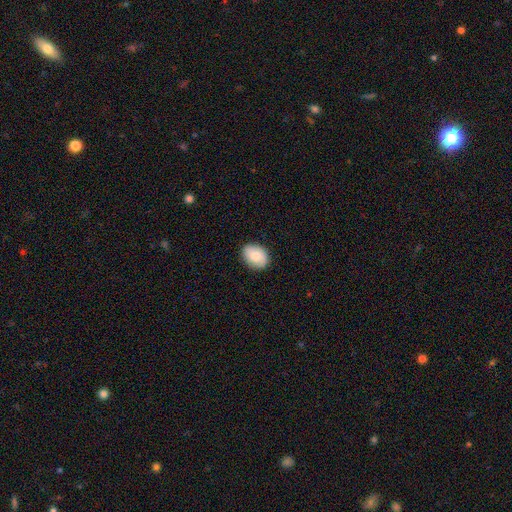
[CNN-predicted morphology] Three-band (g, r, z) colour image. It shows a smooth galaxy with no disk features (82%) that is in between round and cigar-shaped (68%). Merging: none (86%).